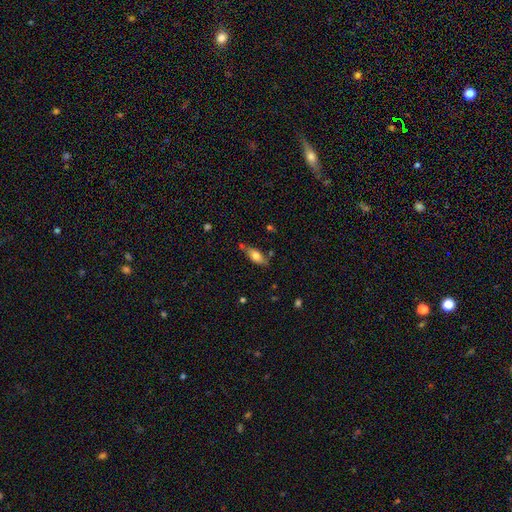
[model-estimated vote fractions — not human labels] smooth 70%, featured or disk 22%, star or artifact 8%. Down the decision tree: how rounded — in between (79%); merging — none (65%).